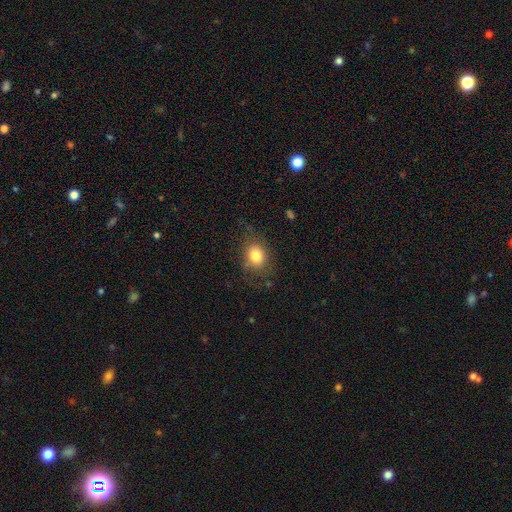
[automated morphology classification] smooth 79%, featured or disk 11%, star or artifact 9%. Down the decision tree: how rounded — in between (58%); merging — none (70%).